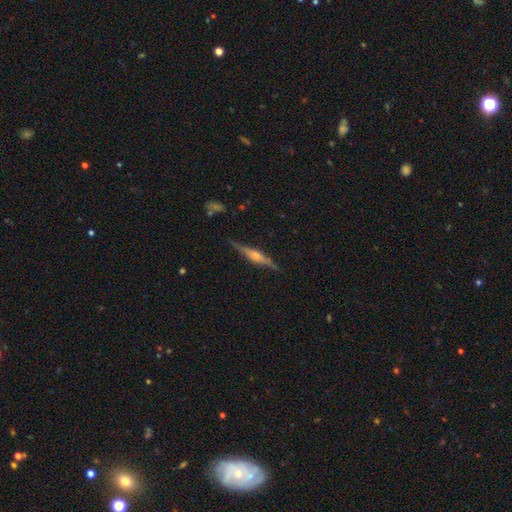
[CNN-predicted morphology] A featured or disk galaxy (71%) viewed edge-on (97%) with a rounded central bulge (57%).

Vote fractions:
- Smooth or featured? featured or disk: 71% / smooth: 22% / star or artifact: 7%
- Edge-on disk? yes: 97% / no: 3%
- Edge-on bulge? rounded: 57% / boxy: 33% / none: 10%
- Merging? none: 85% / minor disturbance: 11% / major disturbance: 3% / merger: 1%